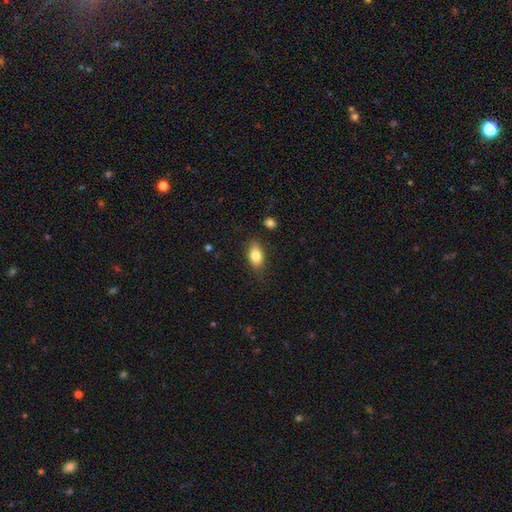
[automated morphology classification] Smooth or featured: smooth — 81% (featured or disk — 11%)
How rounded: in between — 87% (round — 7%)
Merging: none — 79% (minor disturbance — 16%)